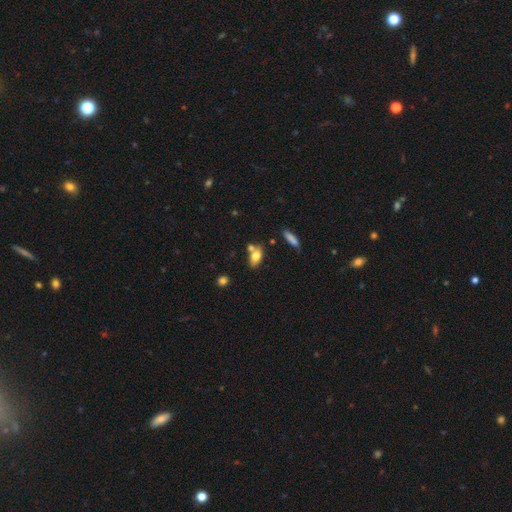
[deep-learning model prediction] A smooth galaxy with no disk features (72%) that is in between round and cigar-shaped (83%).

Vote fractions:
- Smooth or featured? smooth: 72% / featured or disk: 20% / star or artifact: 8%
- How rounded? in between: 83% / cigar-shaped: 10% / round: 8%
- Merging? none: 51% / merger: 30% / minor disturbance: 15% / major disturbance: 5%